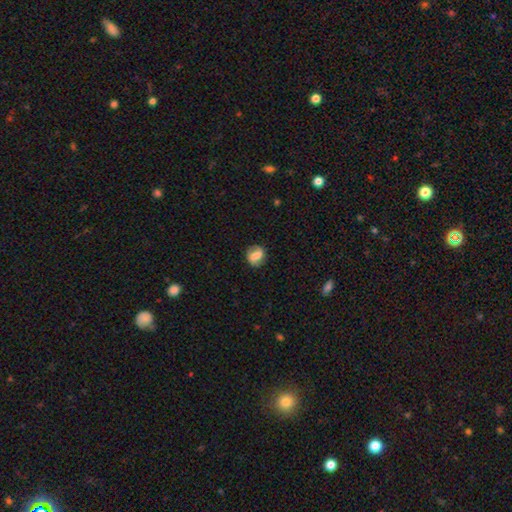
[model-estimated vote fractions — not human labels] Smooth or featured?
  - featured or disk: 47% *
  - smooth: 44%
  - star or artifact: 9%
Merging?
  - none: 80% *
  - minor disturbance: 14%
  - major disturbance: 5%
  - merger: 1%